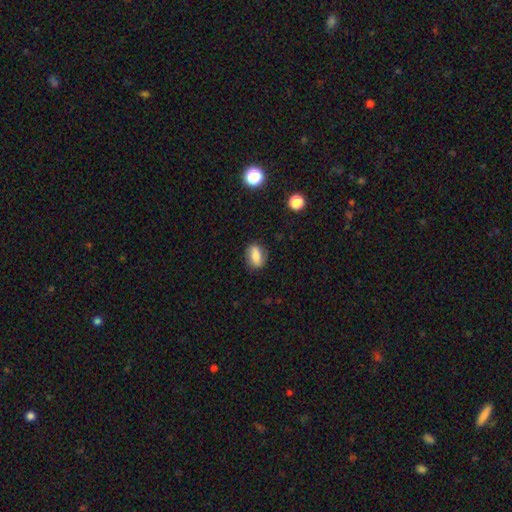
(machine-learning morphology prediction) This is likely a smooth galaxy (73%). How rounded: clearly in between (80%). Merging: likely none (79%).